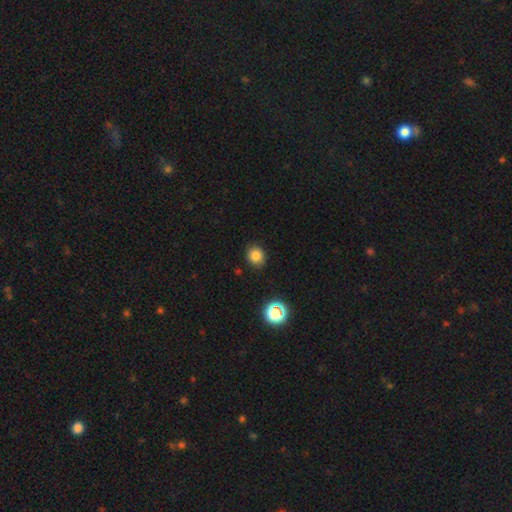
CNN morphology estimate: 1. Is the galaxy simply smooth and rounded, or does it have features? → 82% smooth, 13% star or artifact, 5% featured or disk.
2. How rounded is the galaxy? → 76% round, 23% in between, 1% cigar-shaped.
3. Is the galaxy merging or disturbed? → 87% none, 9% minor disturbance, 2% major disturbance, 1% merger.